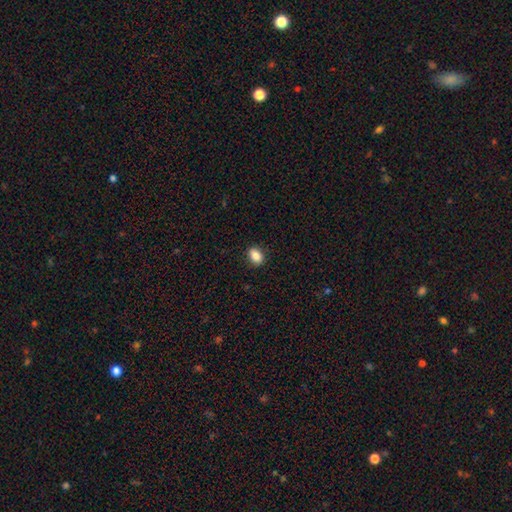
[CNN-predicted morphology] This is clearly a smooth galaxy (87%). How rounded: likely in between (71%). Merging: clearly none (89%).